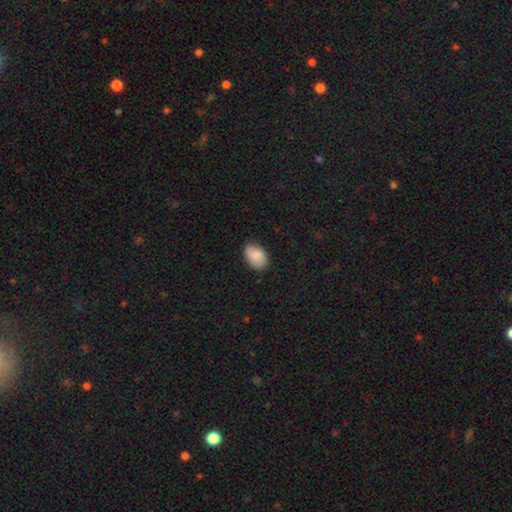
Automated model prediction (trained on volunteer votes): This is clearly a smooth galaxy (82%). How rounded: clearly in between (86%). Merging: clearly none (80%).